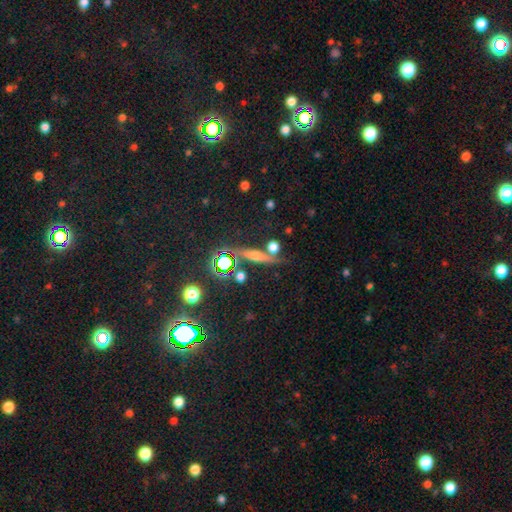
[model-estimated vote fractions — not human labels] Overall: featured or disk (44%; smooth 34%). Merging: none (76%).